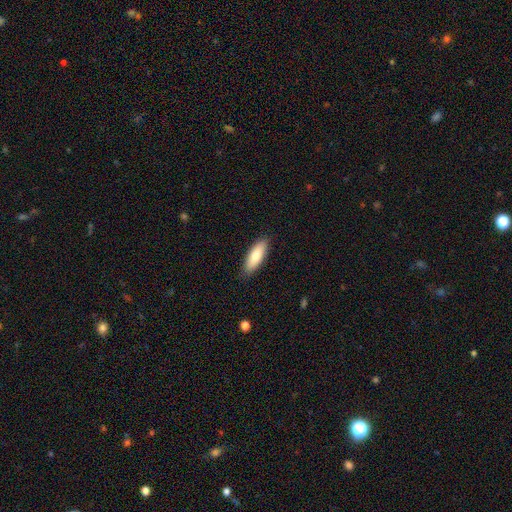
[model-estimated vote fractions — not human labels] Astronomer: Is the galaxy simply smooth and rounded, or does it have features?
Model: smooth — 79%.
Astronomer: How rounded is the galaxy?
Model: in between — 64%.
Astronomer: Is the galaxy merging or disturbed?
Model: none — 87%.